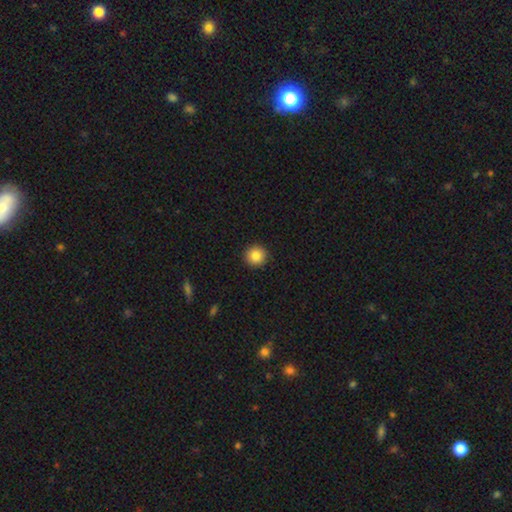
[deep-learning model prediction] This appears to be a smooth galaxy with no disk features (85%) that is round (95%). Merging: none (93%).